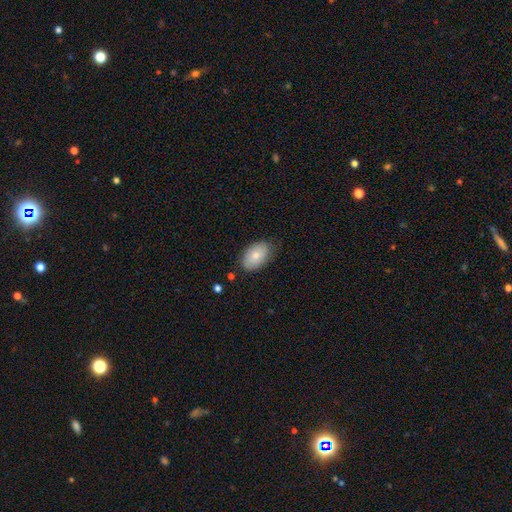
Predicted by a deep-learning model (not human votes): smooth 77%, featured or disk 17%, star or artifact 6%. Down the decision tree: how rounded — in between (91%); merging — none (77%).